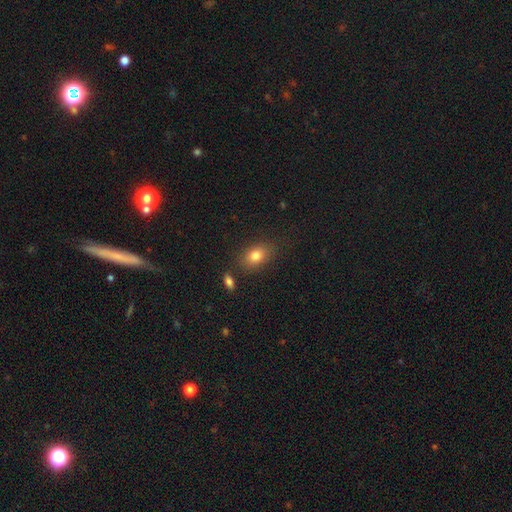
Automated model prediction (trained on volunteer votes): smooth-or-featured: smooth: 80% | star or artifact: 10% | featured or disk: 10%
  how-rounded: in between: 77% | round: 21% | cigar-shaped: 2%
  merging: none: 80% | minor disturbance: 13% | major disturbance: 4% | merger: 4%